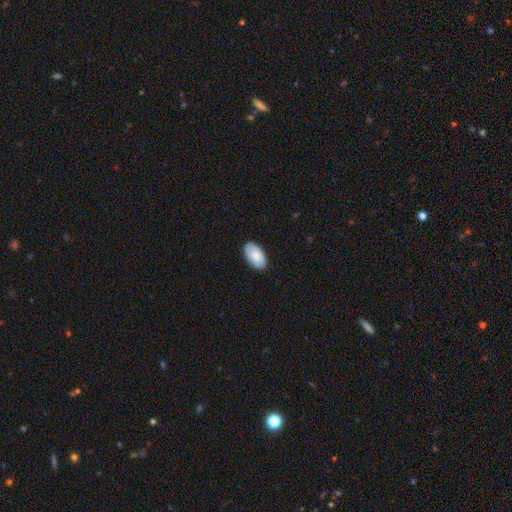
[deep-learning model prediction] Smooth or featured: smooth — 86% (featured or disk — 8%)
How rounded: in between — 96% (round — 3%)
Merging: none — 87% (minor disturbance — 10%)